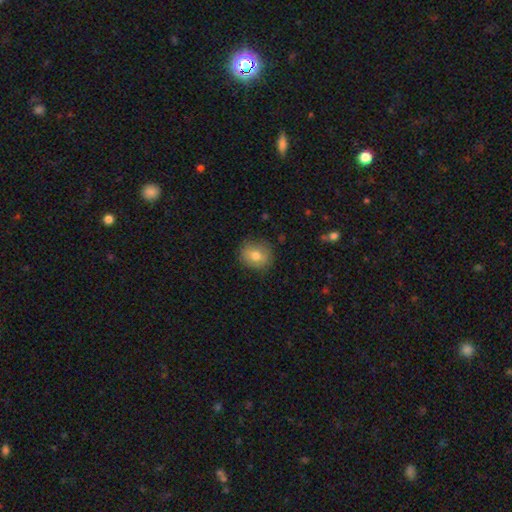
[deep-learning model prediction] Smooth or featured? smooth (77%)
How rounded? round (75%)
Merging? none (82%)